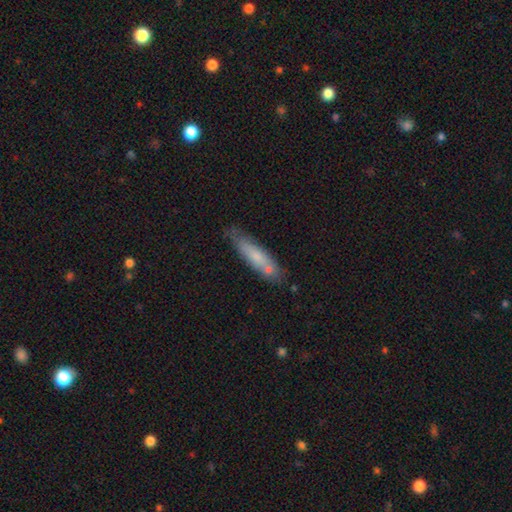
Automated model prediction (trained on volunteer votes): smooth_or_featured: smooth (p=0.72) [alt: featured or disk p=0.22]
how_rounded: cigar-shaped (p=0.73) [alt: in between p=0.26]
merging: none (p=0.66) [alt: minor disturbance p=0.21]